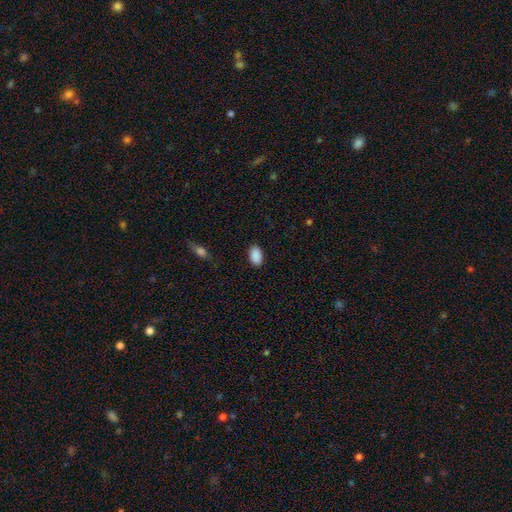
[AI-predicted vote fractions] Smooth or featured?
  - smooth: 90% *
  - star or artifact: 7%
  - featured or disk: 3%
How rounded?
  - in between: 93% *
  - round: 6%
  - cigar-shaped: 1%
Merging?
  - none: 88% *
  - minor disturbance: 9%
  - major disturbance: 2%
  - merger: 1%